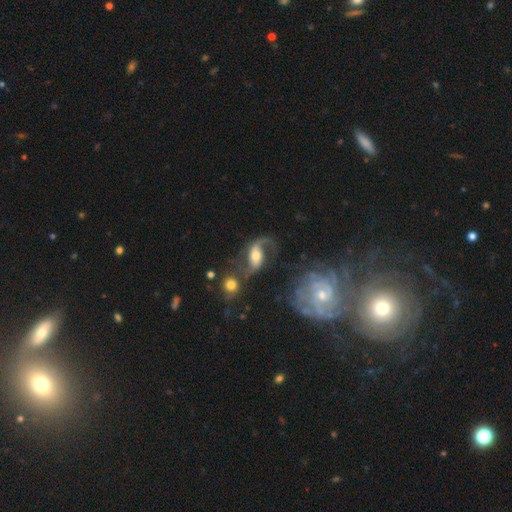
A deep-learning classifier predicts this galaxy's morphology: The model was most divided on "bar": weak: 39%, no: 36%, strong: 25%. Remaining: edge-on disk — no (96%); spiral arms — yes (94%); smooth or featured — featured or disk (82%); spiral arm count — 2 (81%); spiral winding — loose (71%); bulge size — moderate (61%); merging — none (47%).